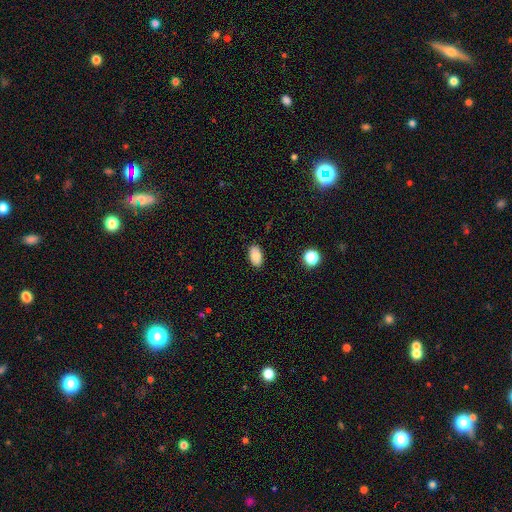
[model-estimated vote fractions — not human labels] Overall: smooth (86%). How rounded: in between (93%). Merging: none (87%).